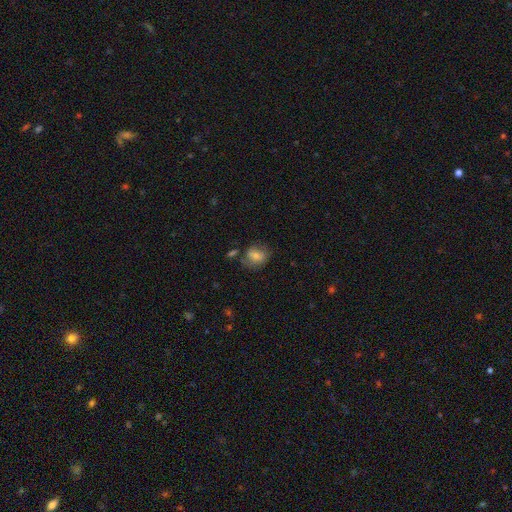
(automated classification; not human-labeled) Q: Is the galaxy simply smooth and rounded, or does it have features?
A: smooth — 68%.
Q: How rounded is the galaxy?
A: in between — 51%.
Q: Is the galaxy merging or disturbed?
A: none — 54%.